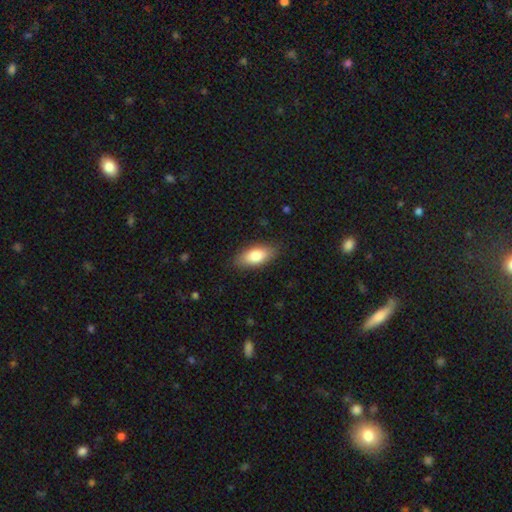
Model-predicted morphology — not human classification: type=smooth (80%); roundness=in between (85%); merging=none (86%).